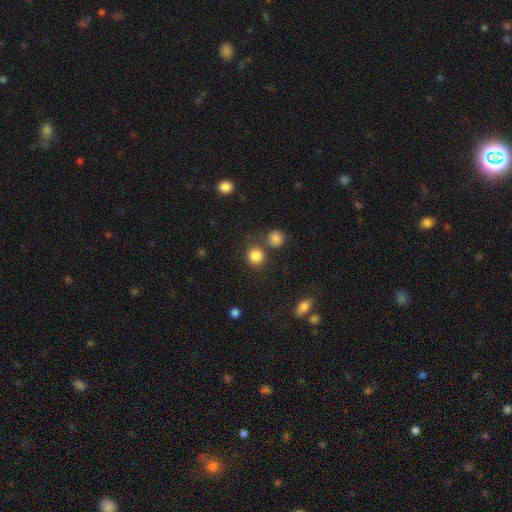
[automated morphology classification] type=smooth (84%); roundness=round (89%); merging=none (71%).